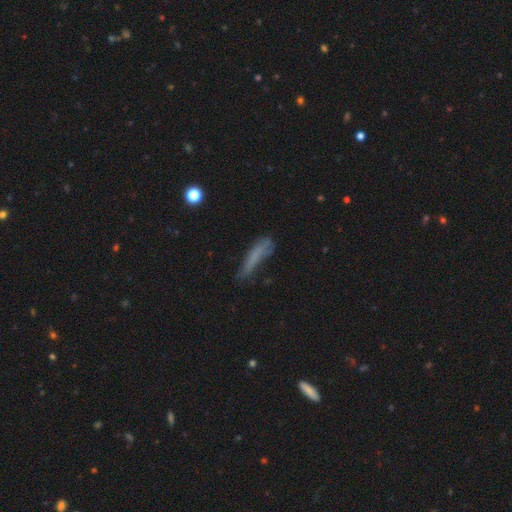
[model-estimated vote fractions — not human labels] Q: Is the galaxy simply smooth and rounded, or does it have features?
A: smooth — 63%.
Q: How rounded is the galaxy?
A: cigar-shaped — 82%.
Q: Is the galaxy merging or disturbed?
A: none — 50%.